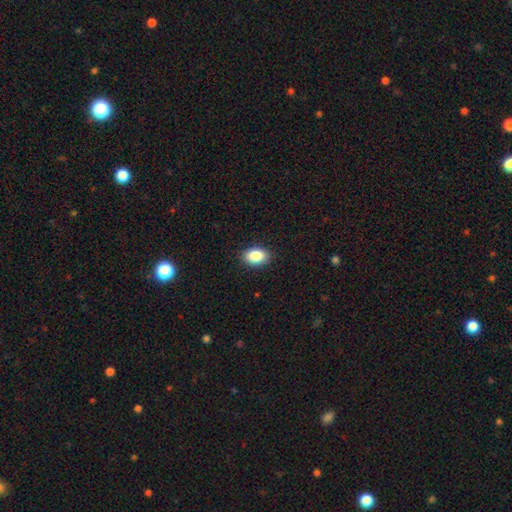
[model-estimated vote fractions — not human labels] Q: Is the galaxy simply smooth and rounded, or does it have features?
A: smooth — 87%.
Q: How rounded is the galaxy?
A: in between — 86%.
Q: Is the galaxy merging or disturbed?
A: none — 89%.